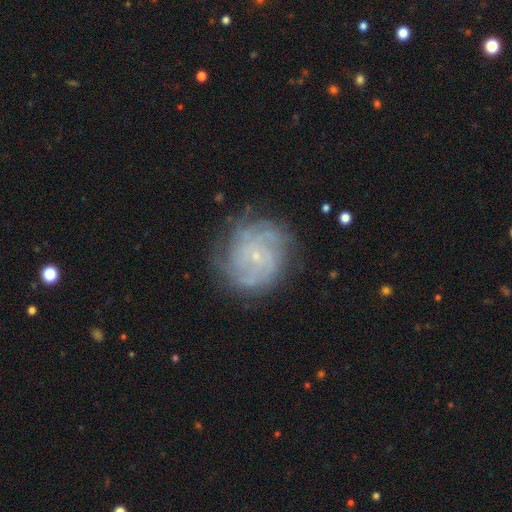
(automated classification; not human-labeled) Morphology: type=featured or disk (77%); edge-on=no (98%); bar=no (78%); spiral arms=yes (93%); winding=tight (68%); arm count=can't tell (38%); bulge=small (86%); merging=none (77%).